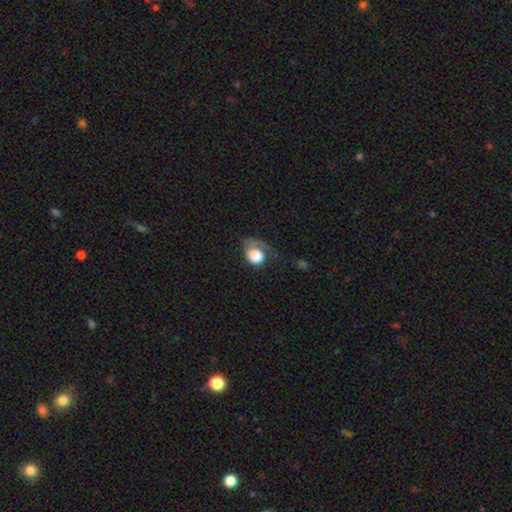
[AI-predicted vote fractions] Smooth or featured?
  - smooth: 62% *
  - featured or disk: 30%
  - star or artifact: 8%
How rounded?
  - round: 57% *
  - in between: 42%
  - cigar-shaped: 1%
Merging?
  - major disturbance: 46% *
  - none: 28%
  - minor disturbance: 23%
  - merger: 4%